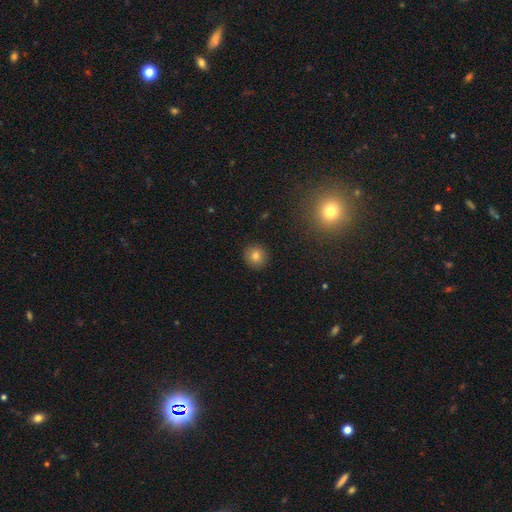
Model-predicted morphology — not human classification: smooth 79%, star or artifact 12%, featured or disk 9%. Down the decision tree: how rounded — round (92%); merging — none (91%).